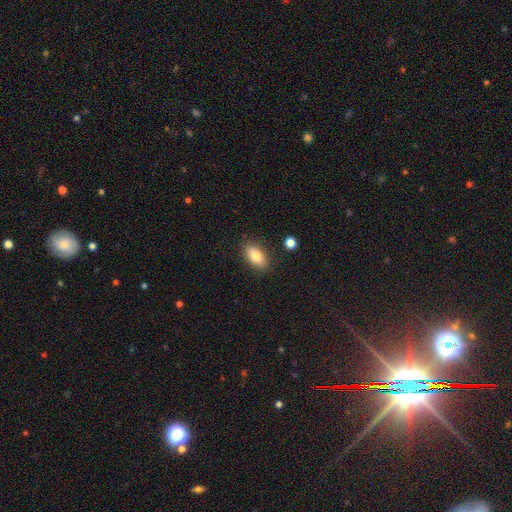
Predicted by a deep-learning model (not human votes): smooth_or_featured: smooth (p=0.82) [alt: featured or disk p=0.10]
how_rounded: in between (p=0.89) [alt: cigar-shaped p=0.06]
merging: none (p=0.85) [alt: minor disturbance p=0.10]